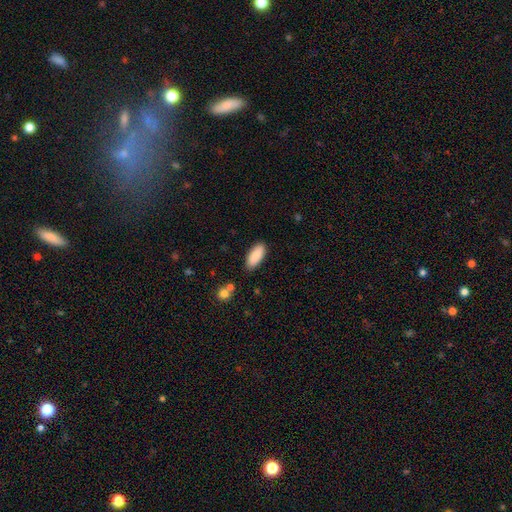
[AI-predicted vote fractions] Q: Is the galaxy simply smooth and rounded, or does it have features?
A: smooth — 89%.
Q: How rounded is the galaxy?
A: in between — 83%.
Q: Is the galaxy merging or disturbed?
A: none — 85%.